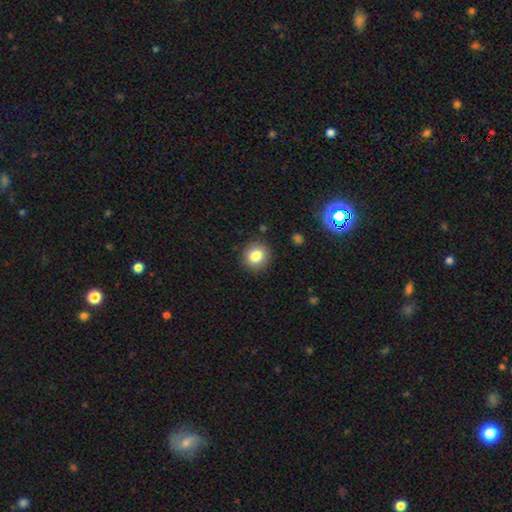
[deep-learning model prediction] Smooth or featured?
  - smooth: 83% *
  - star or artifact: 11%
  - featured or disk: 7%
How rounded?
  - round: 85% *
  - in between: 14%
  - cigar-shaped: 1%
Merging?
  - none: 88% *
  - minor disturbance: 8%
  - major disturbance: 2%
  - merger: 2%